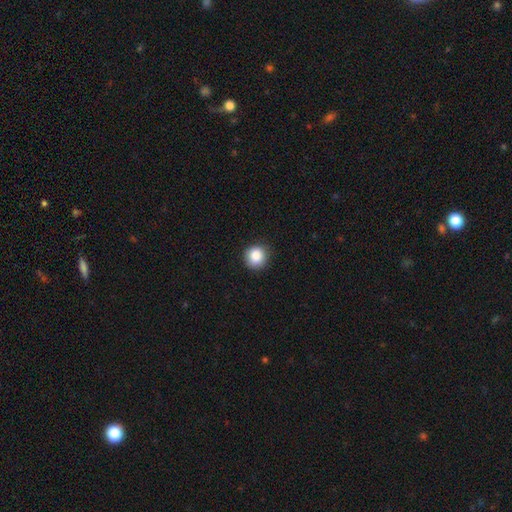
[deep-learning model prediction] Q: Smooth or featured?
A: smooth (85%); runner-up: star or artifact (10%)
Q: How rounded?
A: round (91%); runner-up: in between (8%)
Q: Merging?
A: none (89%); runner-up: minor disturbance (8%)